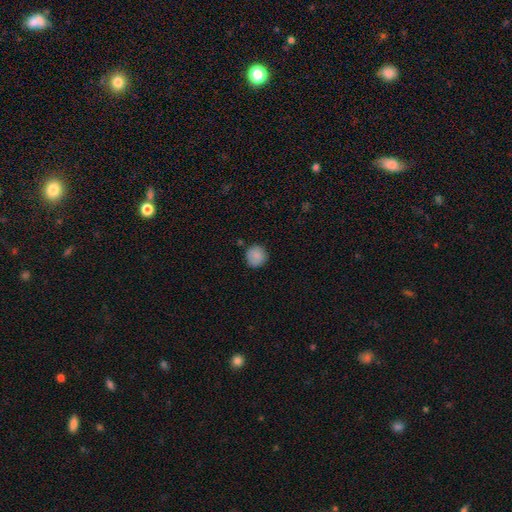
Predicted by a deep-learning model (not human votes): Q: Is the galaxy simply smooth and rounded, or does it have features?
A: smooth — 86%.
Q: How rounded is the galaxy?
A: round — 92%.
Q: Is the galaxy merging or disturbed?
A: none — 83%.